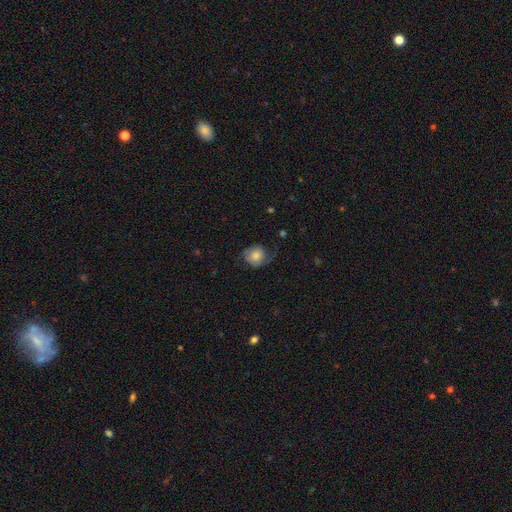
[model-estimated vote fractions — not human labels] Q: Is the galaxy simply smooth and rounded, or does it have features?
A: smooth — 51%.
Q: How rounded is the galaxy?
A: round — 75%.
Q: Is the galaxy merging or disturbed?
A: none — 59%.